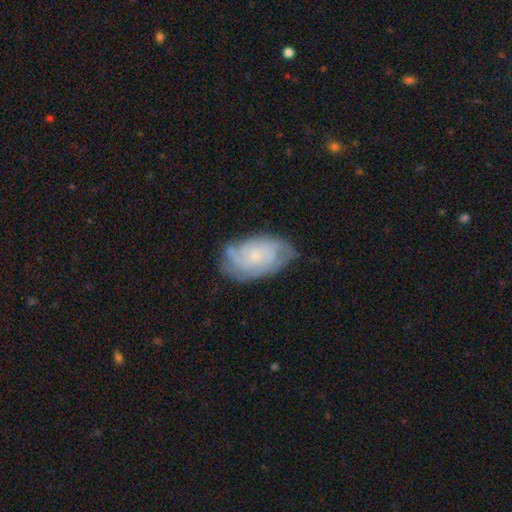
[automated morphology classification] featured or disk 71%, smooth 22%, star or artifact 7%. Down the decision tree: edge-on disk — no (96%); bar — no (76%); spiral arms — yes (90%); spiral arm count — can't tell (40%); spiral winding — tight (54%); bulge size — small (63%); merging — none (64%).